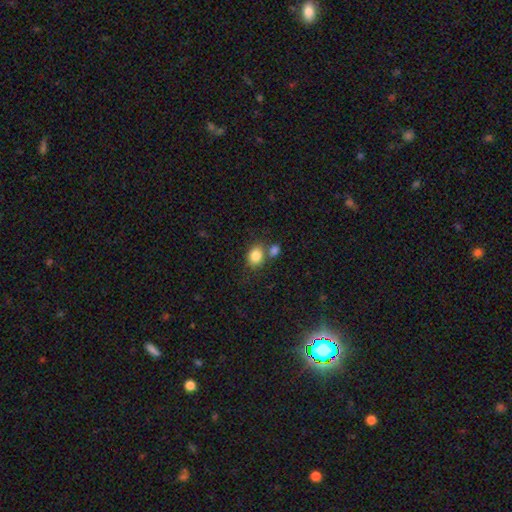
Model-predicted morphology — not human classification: Smooth or featured? smooth (84%)
How rounded? round (51%)
Merging? none (56%)